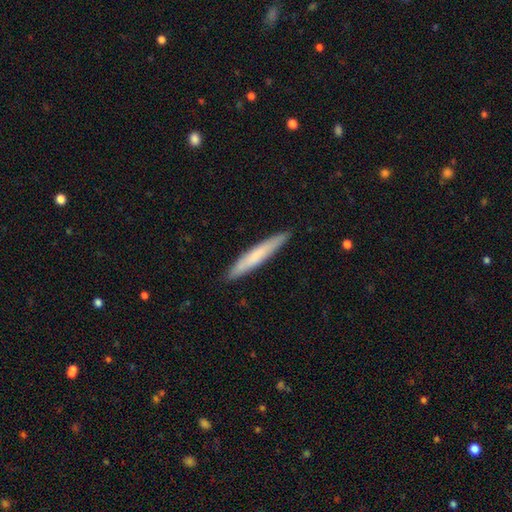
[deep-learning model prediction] This appears to be a smooth galaxy with no disk features (67%) that is cigar-shaped (95%). Merging: none (90%).